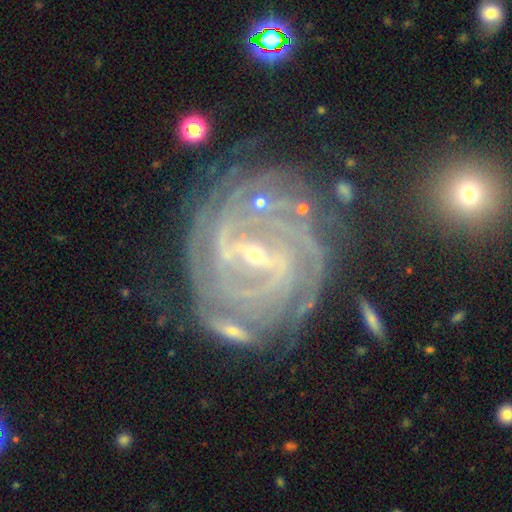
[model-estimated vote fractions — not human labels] A featured or disk galaxy (91%) with a strong bar (52%), 4 (29%) tight (76%) spiral arms (98%) and a small central bulge (77%). Merging: none (69%).